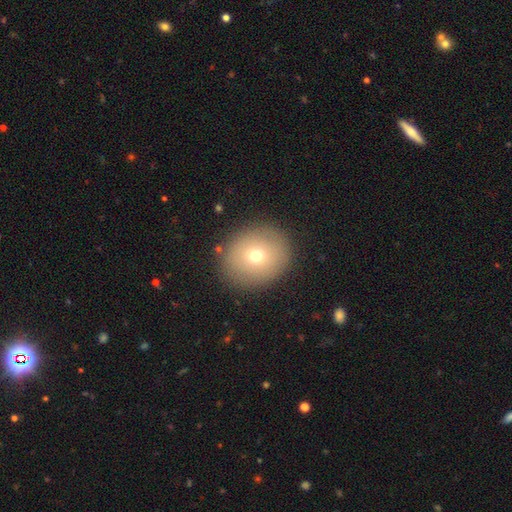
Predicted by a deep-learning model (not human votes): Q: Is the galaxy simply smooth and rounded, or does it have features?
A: smooth — 71%.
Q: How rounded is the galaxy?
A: round — 78%.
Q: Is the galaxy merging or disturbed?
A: none — 88%.